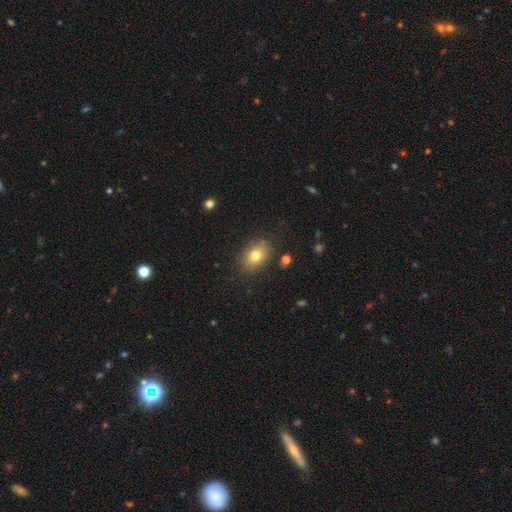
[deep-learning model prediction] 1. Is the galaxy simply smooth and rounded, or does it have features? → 77% smooth, 12% featured or disk, 10% star or artifact.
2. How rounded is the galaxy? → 75% in between, 23% round, 1% cigar-shaped.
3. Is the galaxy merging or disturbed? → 84% none, 11% minor disturbance, 3% major disturbance, 2% merger.